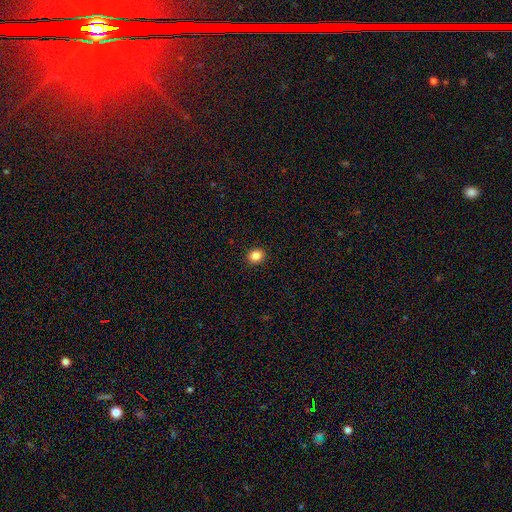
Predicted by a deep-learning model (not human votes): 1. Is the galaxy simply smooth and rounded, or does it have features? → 86% smooth, 10% star or artifact, 3% featured or disk.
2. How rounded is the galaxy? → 64% round, 35% in between, 1% cigar-shaped.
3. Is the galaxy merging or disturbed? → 92% none, 6% minor disturbance, 2% major disturbance, 1% merger.